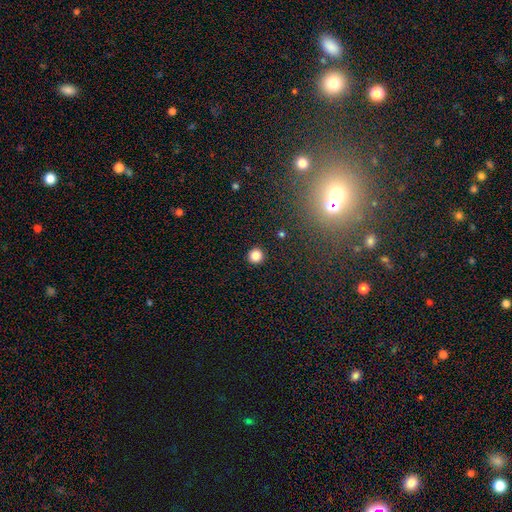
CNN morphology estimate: type=smooth (83%); roundness=round (95%); merging=none (93%).